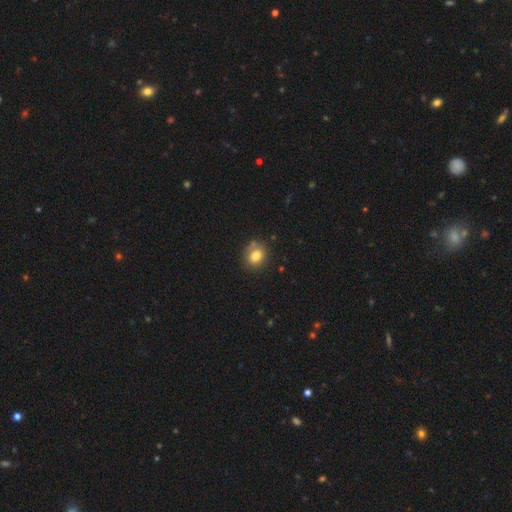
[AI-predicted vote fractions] Smooth or featured? smooth (80%)
How rounded? round (62%)
Merging? none (74%)